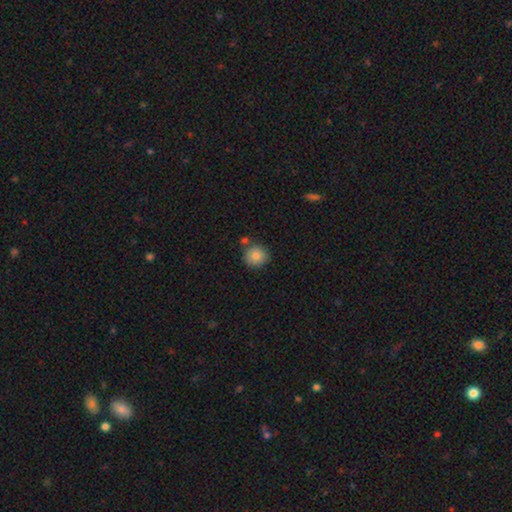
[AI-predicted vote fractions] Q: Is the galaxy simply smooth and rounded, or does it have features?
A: smooth — 82%.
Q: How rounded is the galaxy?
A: round — 92%.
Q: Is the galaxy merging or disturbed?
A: none — 77%.